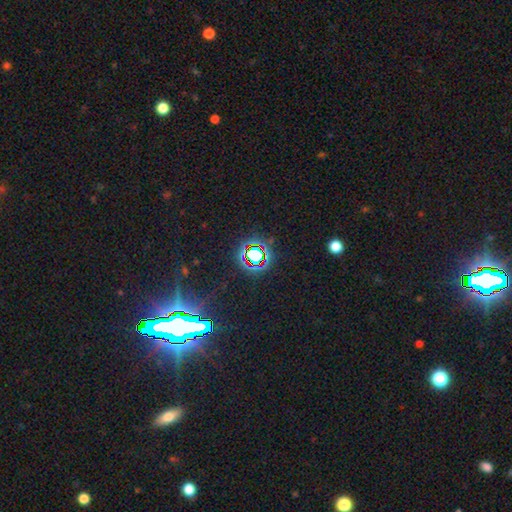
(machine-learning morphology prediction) This is likely a star or artifact rather than a galaxy (73%).